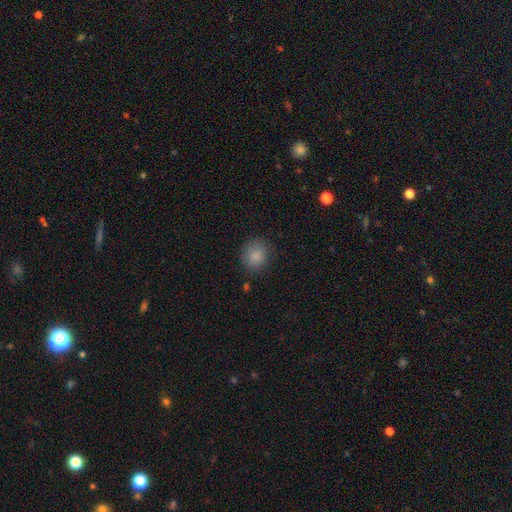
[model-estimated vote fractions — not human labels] Smooth or featured? smooth (86%)
How rounded? round (74%)
Merging? none (81%)